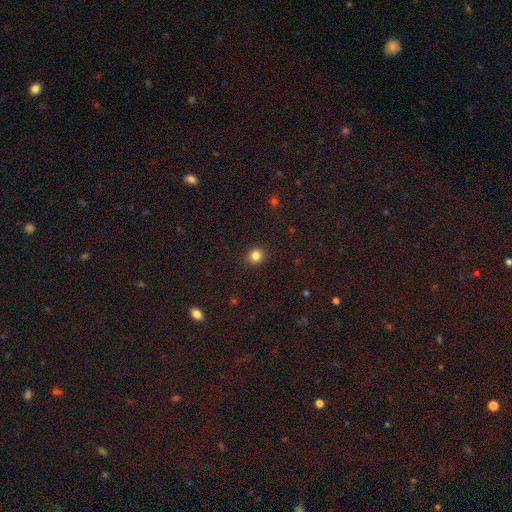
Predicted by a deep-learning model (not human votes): smooth_or_featured: smooth (p=0.84) [alt: star or artifact p=0.12]
how_rounded: round (p=0.86) [alt: in between p=0.13]
merging: none (p=0.91) [alt: minor disturbance p=0.06]